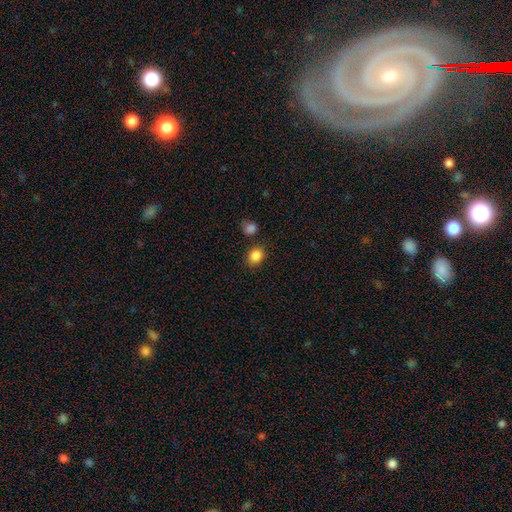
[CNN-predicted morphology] Smooth or featured? smooth (86%)
How rounded? round (57%)
Merging? none (81%)